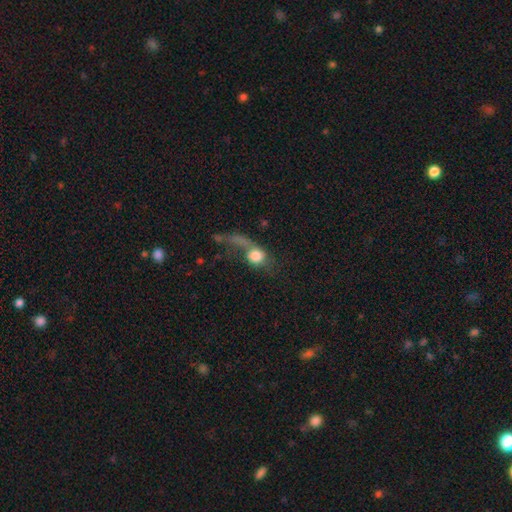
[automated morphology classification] Smooth or featured? Predicted: smooth (p=0.63). How rounded? Predicted: round (p=0.66). Merging? Predicted: major disturbance (p=0.56).